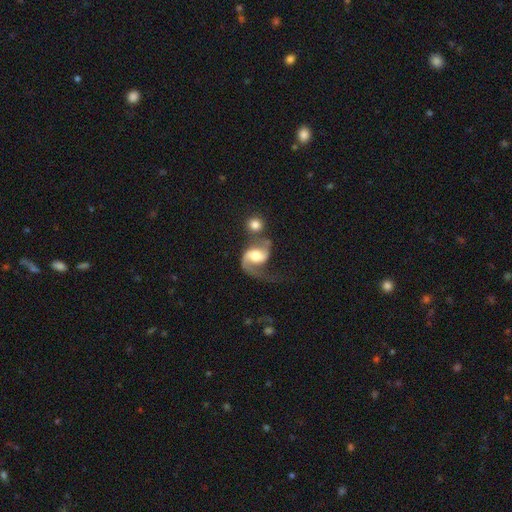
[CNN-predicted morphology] A featured or disk galaxy (84%) with a weak bar (42%), 2 (76%) loose (50%) spiral arms (95%) and a moderate central bulge (58%).

Vote fractions:
- Smooth or featured? featured or disk: 84% / smooth: 11% / star or artifact: 5%
- Edge-on disk? no: 98% / yes: 2%
- Bar? weak: 42% / no: 40% / strong: 18%
- Spiral arms? yes: 95% / no: 5%
- Spiral winding? loose: 50% / medium: 41% / tight: 10%
- Spiral arm count? 2: 76% / 1: 19% / can't tell: 3% / 3: 1% / 4: 1% / more than 4: 1%
- Bulge size? moderate: 58% / large: 27% / small: 11% / dominant: 3% / none: 2%
- Merging? none: 35% / major disturbance: 25% / merger: 23% / minor disturbance: 17%